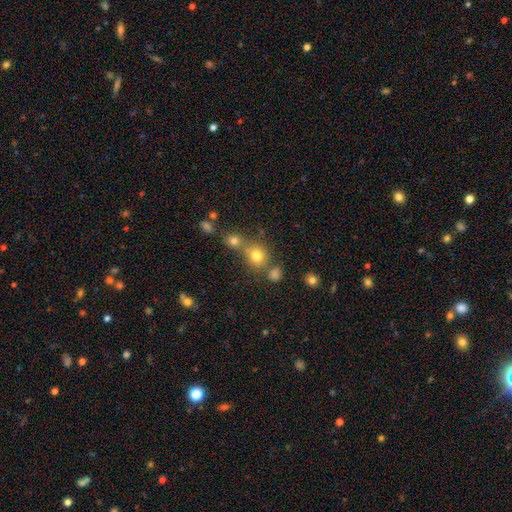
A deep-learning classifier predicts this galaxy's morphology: Smooth or featured?
  - smooth: 65% *
  - star or artifact: 24%
  - featured or disk: 10%
How rounded?
  - round: 87% *
  - in between: 11%
  - cigar-shaped: 1%
Merging?
  - none: 60% *
  - merger: 28%
  - minor disturbance: 8%
  - major disturbance: 4%